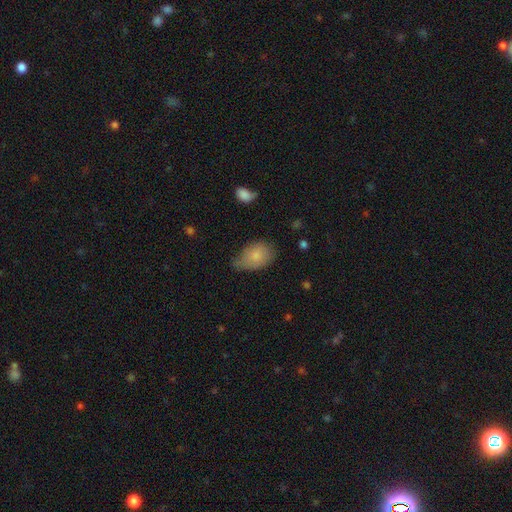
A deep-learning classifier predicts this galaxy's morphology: Smooth or featured?
  - smooth: 79% *
  - featured or disk: 14%
  - star or artifact: 7%
How rounded?
  - in between: 86% *
  - round: 13%
  - cigar-shaped: 1%
Merging?
  - none: 47% *
  - minor disturbance: 39%
  - major disturbance: 11%
  - merger: 3%